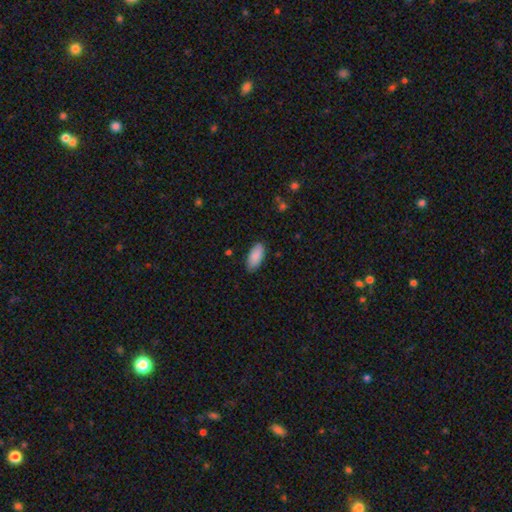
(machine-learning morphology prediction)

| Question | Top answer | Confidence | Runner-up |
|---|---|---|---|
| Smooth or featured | smooth | 89% | star or artifact (6%) |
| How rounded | in between | 91% | cigar-shaped (7%) |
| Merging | none | 86% | minor disturbance (11%) |